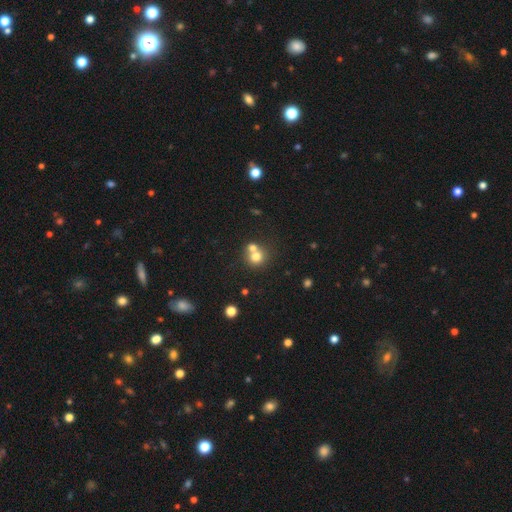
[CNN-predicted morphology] smooth 73%, featured or disk 14%, star or artifact 13%. Down the decision tree: how rounded — round (85%); merging — merger (48%).